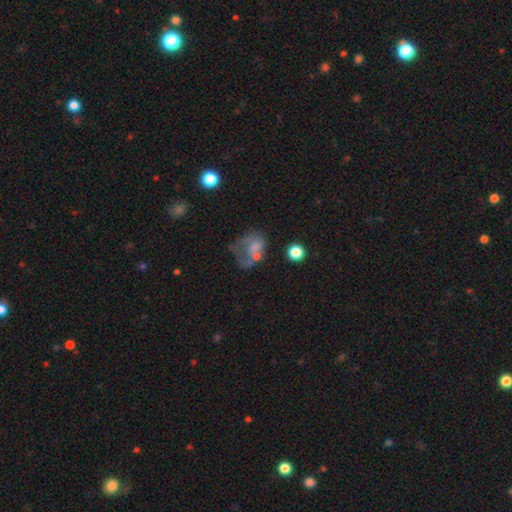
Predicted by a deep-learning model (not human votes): smooth-or-featured: featured or disk: 43% | smooth: 42% | star or artifact: 15%
  merging: major disturbance: 39% | none: 25% | minor disturbance: 19% | merger: 17%